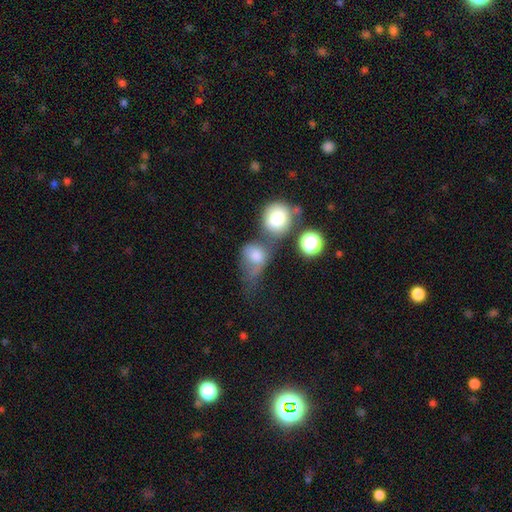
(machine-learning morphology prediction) A smooth galaxy with no disk features (73%) that is round (61%). Merging: merger (43%).